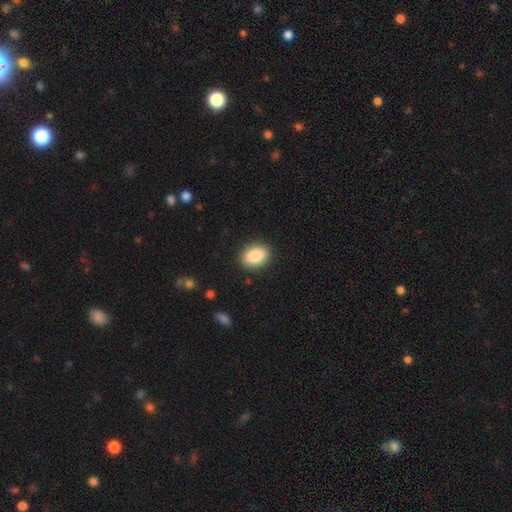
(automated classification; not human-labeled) Q: Smooth or featured?
A: smooth (87%); runner-up: star or artifact (7%)
Q: How rounded?
A: in between (73%); runner-up: round (26%)
Q: Merging?
A: none (89%); runner-up: minor disturbance (7%)